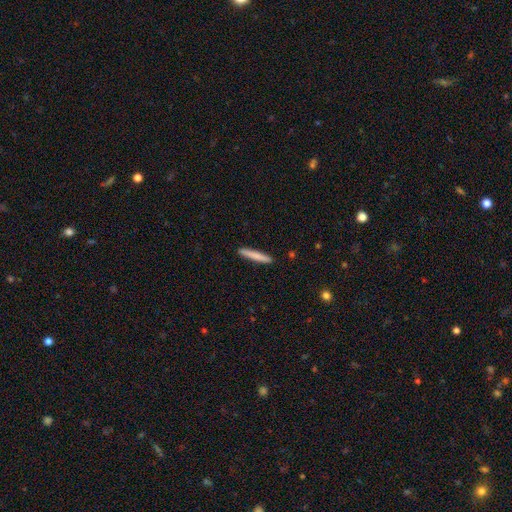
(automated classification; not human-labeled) Q: Smooth or featured?
A: smooth (78%); runner-up: featured or disk (17%)
Q: How rounded?
A: cigar-shaped (95%); runner-up: in between (4%)
Q: Merging?
A: none (91%); runner-up: minor disturbance (6%)